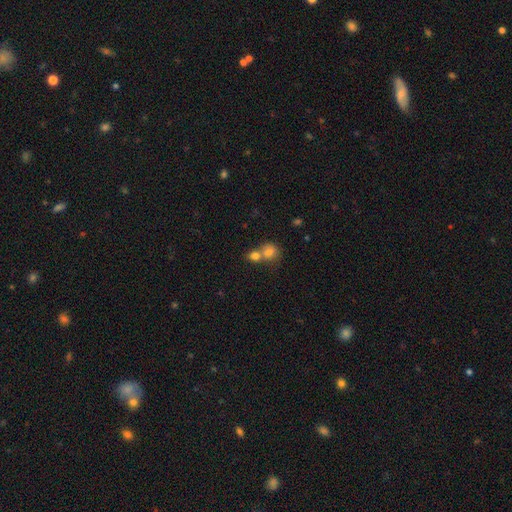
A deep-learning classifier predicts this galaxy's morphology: This is likely a smooth galaxy (79%). How rounded: likely round (67%). Merging: likely merger (61%).